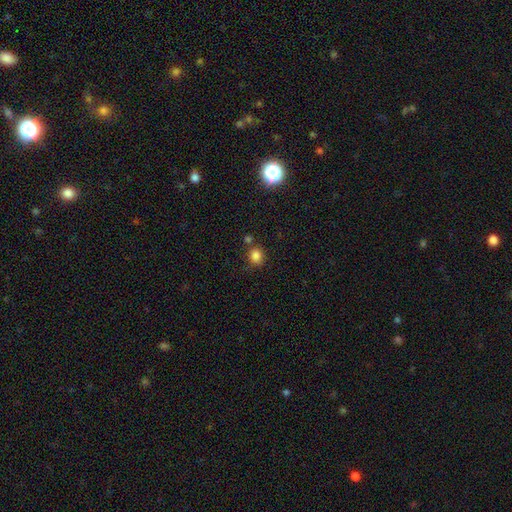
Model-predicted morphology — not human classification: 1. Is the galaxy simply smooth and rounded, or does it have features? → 82% smooth, 13% star or artifact, 5% featured or disk.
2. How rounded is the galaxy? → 81% round, 18% in between, 1% cigar-shaped.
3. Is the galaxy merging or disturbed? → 73% none, 12% minor disturbance, 12% merger, 4% major disturbance.